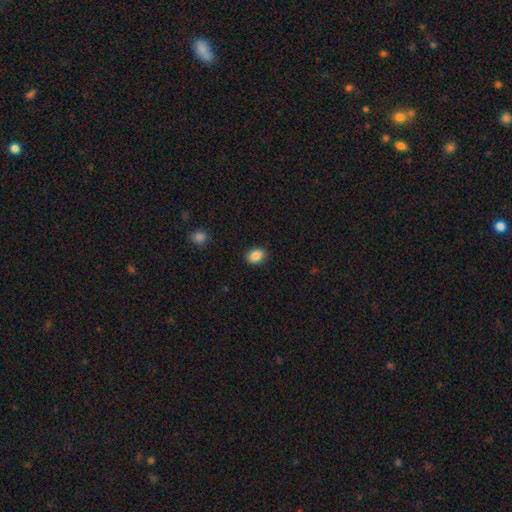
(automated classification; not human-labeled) smooth_or_featured: smooth (p=0.87) [alt: star or artifact p=0.08]
how_rounded: in between (p=0.65) [alt: round p=0.34]
merging: none (p=0.89) [alt: minor disturbance p=0.08]